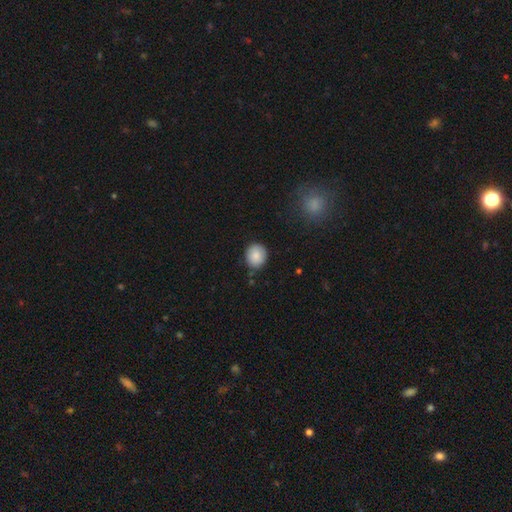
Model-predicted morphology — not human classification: Q: Smooth or featured?
A: smooth (86%); runner-up: star or artifact (8%)
Q: How rounded?
A: round (79%); runner-up: in between (20%)
Q: Merging?
A: none (81%); runner-up: minor disturbance (14%)